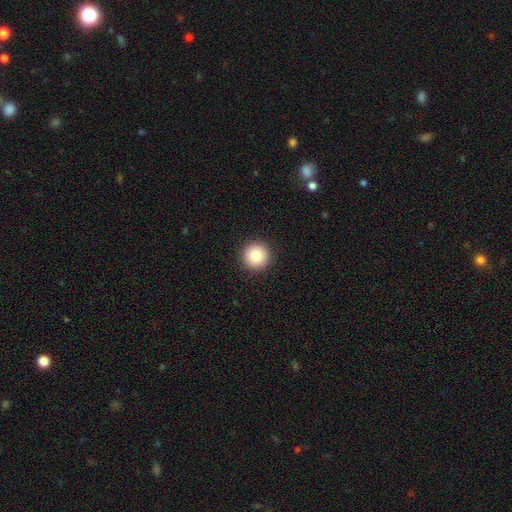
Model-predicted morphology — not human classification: The model was most divided on "smooth or featured": smooth: 83%, star or artifact: 9%, featured or disk: 8%. More confident: how rounded — round (96%); merging — none (93%).